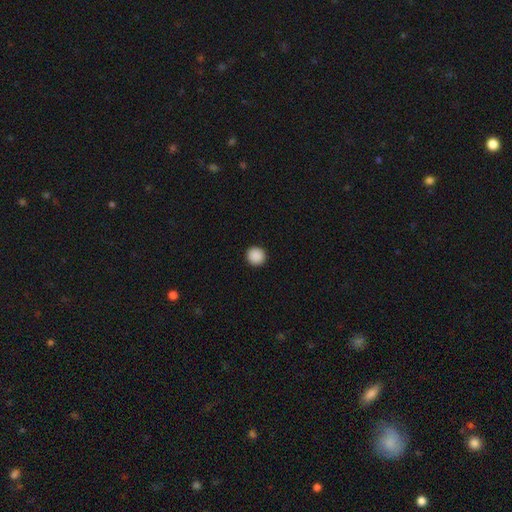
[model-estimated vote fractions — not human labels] Smooth or featured? Predicted: smooth (p=0.90). How rounded? Predicted: round (p=0.93). Merging? Predicted: none (p=0.94).